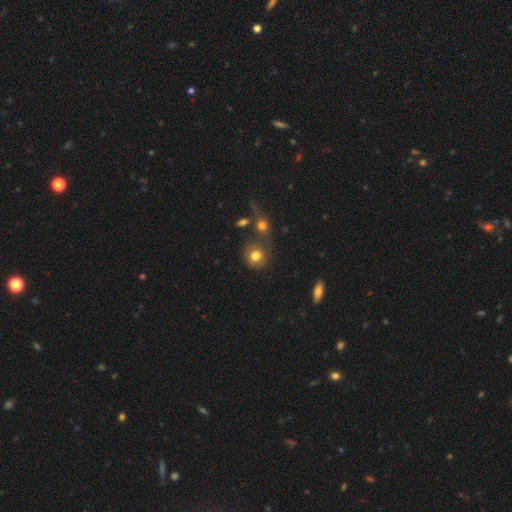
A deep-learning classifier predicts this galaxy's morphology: A smooth galaxy with no disk features (78%) that is round (85%).

Vote fractions:
- Smooth or featured? smooth: 78% / featured or disk: 11% / star or artifact: 11%
- How rounded? round: 85% / in between: 14% / cigar-shaped: 1%
- Merging? none: 57% / merger: 21% / minor disturbance: 13% / major disturbance: 8%